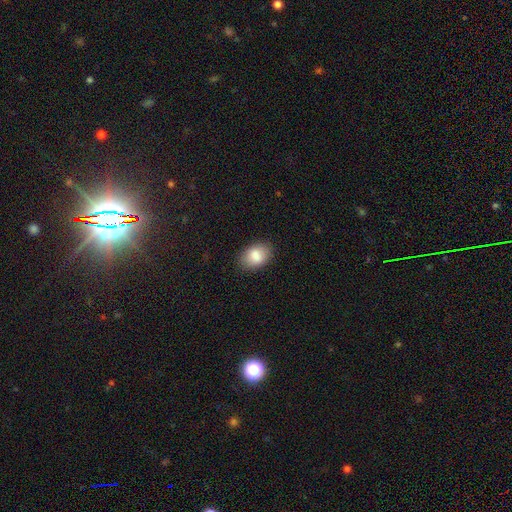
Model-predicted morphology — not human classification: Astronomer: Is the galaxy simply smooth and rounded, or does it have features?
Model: smooth — 85%.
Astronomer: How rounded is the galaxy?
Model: in between — 85%.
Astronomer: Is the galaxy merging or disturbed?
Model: none — 84%.